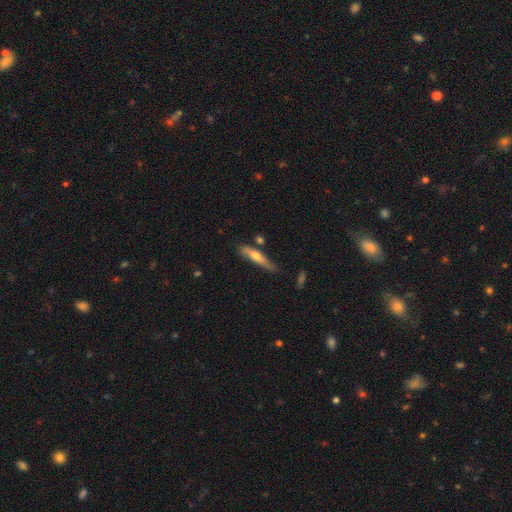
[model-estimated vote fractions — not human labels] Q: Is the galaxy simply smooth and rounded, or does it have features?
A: smooth — 58%.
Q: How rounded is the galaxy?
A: cigar-shaped — 83%.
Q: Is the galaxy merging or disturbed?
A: none — 60%.